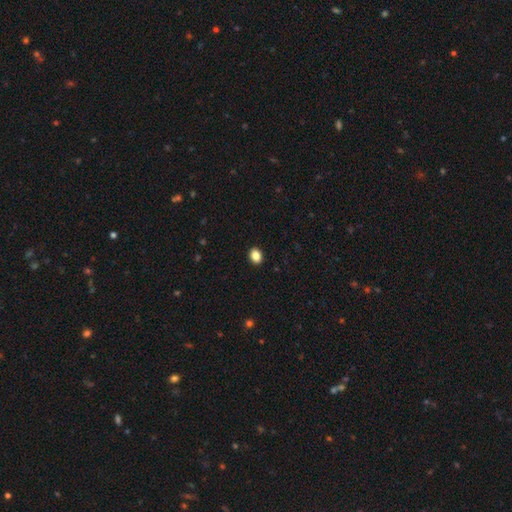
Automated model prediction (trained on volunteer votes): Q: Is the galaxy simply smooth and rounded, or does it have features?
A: smooth — 87%.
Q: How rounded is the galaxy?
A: in between — 62%.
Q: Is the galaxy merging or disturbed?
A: none — 92%.